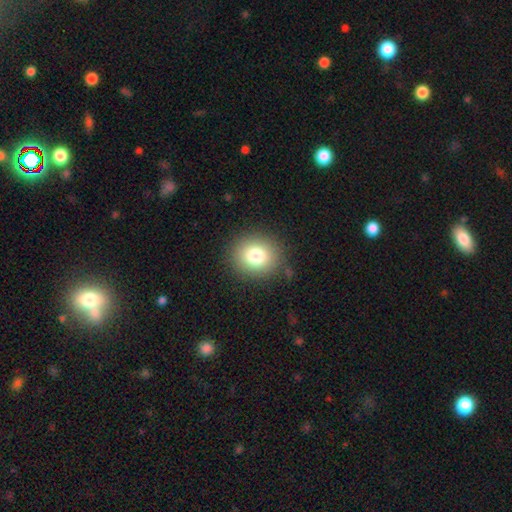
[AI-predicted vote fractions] Smooth or featured: smooth — 79% (star or artifact — 11%)
How rounded: round — 82% (in between — 17%)
Merging: none — 86% (minor disturbance — 9%)